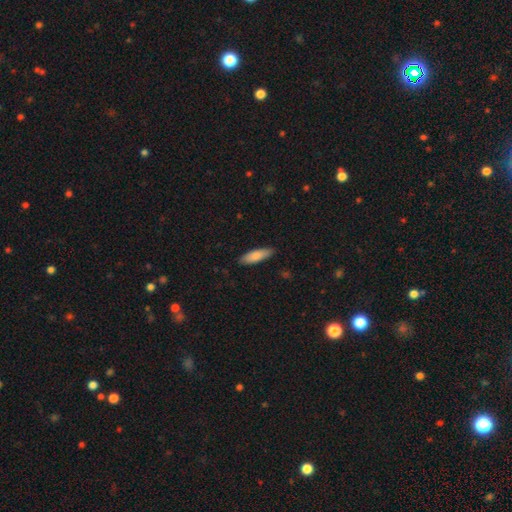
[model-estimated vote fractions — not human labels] Q: Smooth or featured?
A: smooth (83%); runner-up: featured or disk (11%)
Q: How rounded?
A: cigar-shaped (53%); runner-up: in between (46%)
Q: Merging?
A: none (86%); runner-up: minor disturbance (11%)